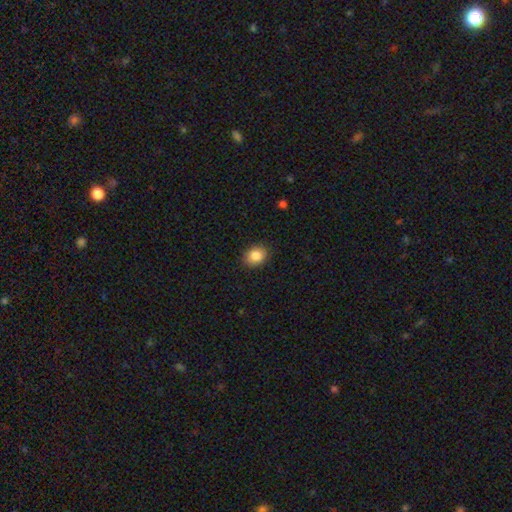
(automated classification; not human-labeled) smooth_or_featured: smooth (p=0.86) [alt: star or artifact p=0.09]
how_rounded: round (p=0.52) [alt: in between p=0.47]
merging: none (p=0.88) [alt: minor disturbance p=0.09]